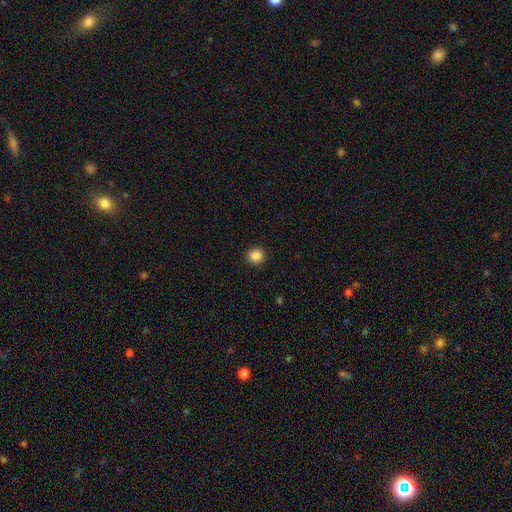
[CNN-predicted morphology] smooth 88%, star or artifact 10%, featured or disk 3%. Down the decision tree: how rounded — round (88%); merging — none (91%).